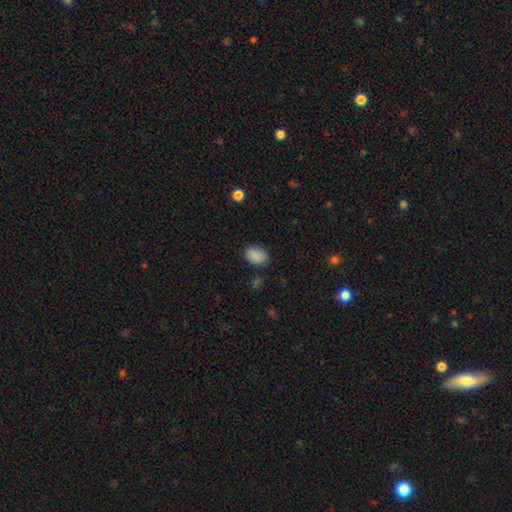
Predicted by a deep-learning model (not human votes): A smooth galaxy with no disk features (88%) that is in between round and cigar-shaped (81%). Merging: none (82%).